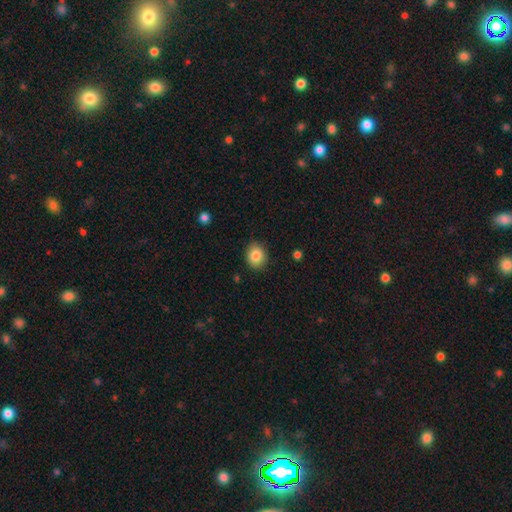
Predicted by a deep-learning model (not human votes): Q: Smooth or featured?
A: smooth (85%); runner-up: star or artifact (9%)
Q: How rounded?
A: round (66%); runner-up: in between (33%)
Q: Merging?
A: none (87%); runner-up: minor disturbance (10%)